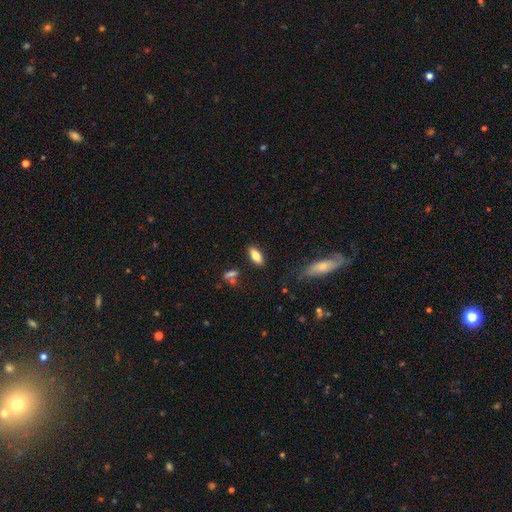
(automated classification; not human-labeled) smooth_or_featured: smooth (p=0.77) [alt: featured or disk p=0.15]
how_rounded: in between (p=0.84) [alt: cigar-shaped p=0.13]
merging: none (p=0.83) [alt: minor disturbance p=0.11]